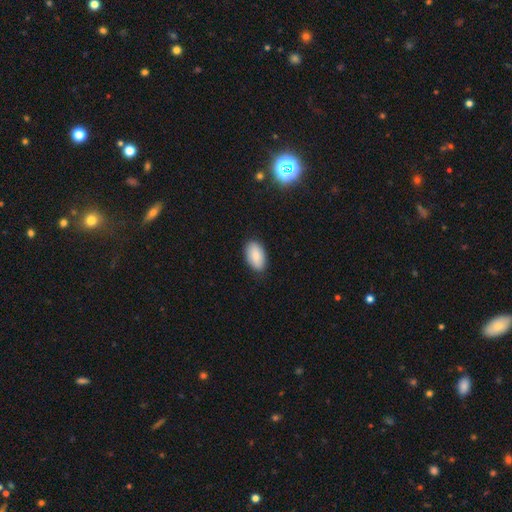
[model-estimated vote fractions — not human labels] A smooth galaxy with no disk features (86%) that is in between round and cigar-shaped (95%). Merging: none (86%).